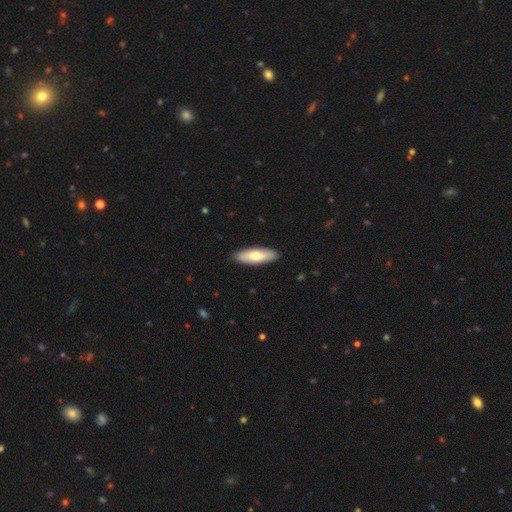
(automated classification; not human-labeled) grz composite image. It shows a smooth galaxy with no disk features (67%) that is in between round and cigar-shaped (60%). Merging: none (88%).